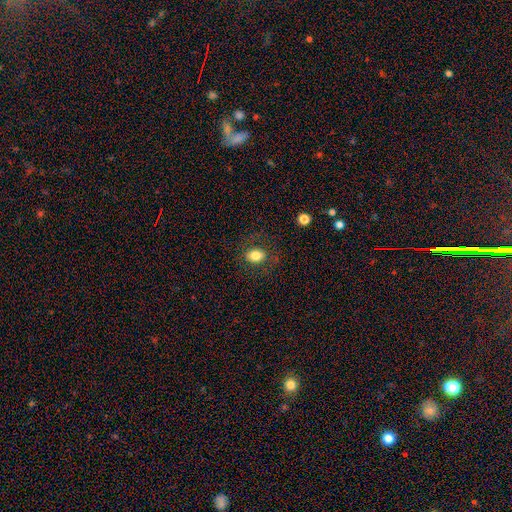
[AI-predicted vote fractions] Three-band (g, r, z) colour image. It shows a smooth galaxy with no disk features (79%) that is in between round and cigar-shaped (65%). Merging: none (80%).